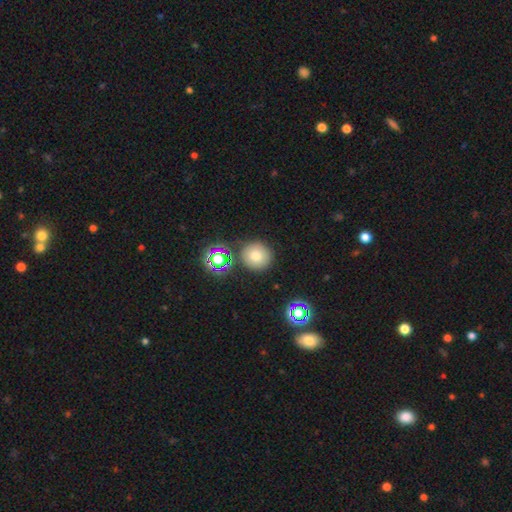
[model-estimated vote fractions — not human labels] smooth-or-featured: smooth: 69% | star or artifact: 21% | featured or disk: 10%
  how-rounded: round: 92% | in between: 7% | cigar-shaped: 1%
  merging: none: 83% | minor disturbance: 9% | merger: 6% | major disturbance: 3%